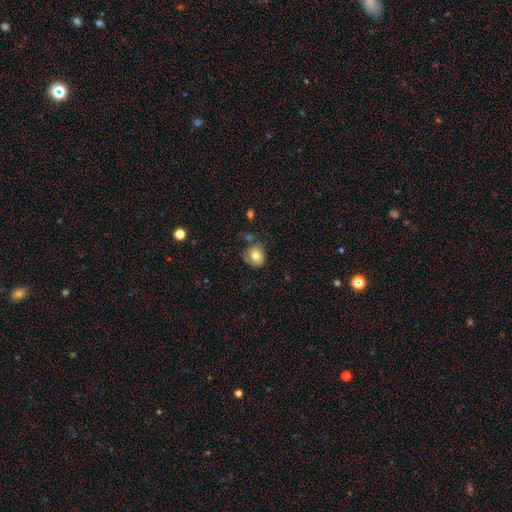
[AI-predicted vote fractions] Smooth or featured: smooth — 76% (featured or disk — 15%)
How rounded: round — 73% (in between — 26%)
Merging: none — 61% (minor disturbance — 26%)